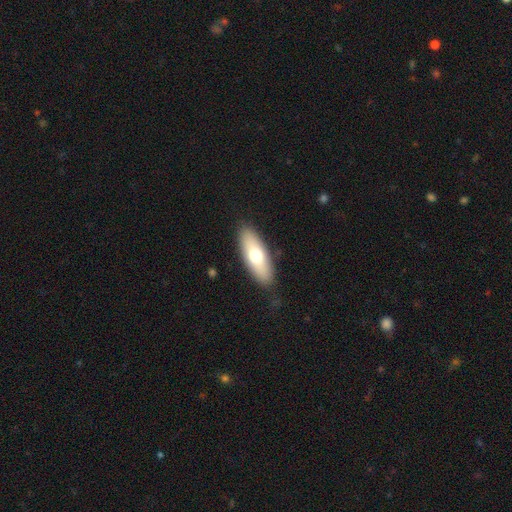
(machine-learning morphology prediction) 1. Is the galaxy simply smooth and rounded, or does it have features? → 68% smooth, 26% featured or disk, 6% star or artifact.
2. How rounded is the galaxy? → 68% in between, 29% cigar-shaped, 2% round.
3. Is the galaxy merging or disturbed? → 86% none, 10% minor disturbance, 3% major disturbance, 1% merger.